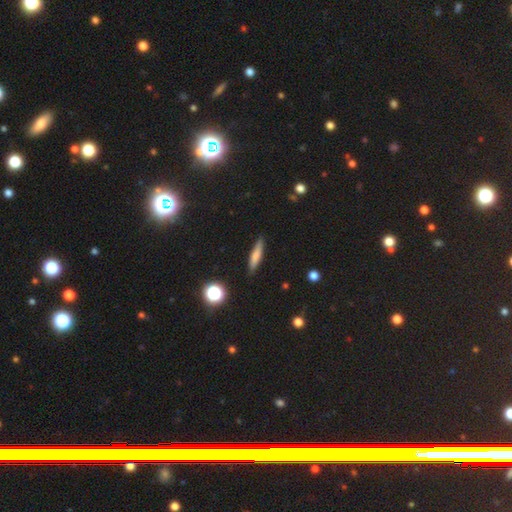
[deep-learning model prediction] Overall: smooth (67%). How rounded: cigar-shaped (84%). Merging: none (87%).